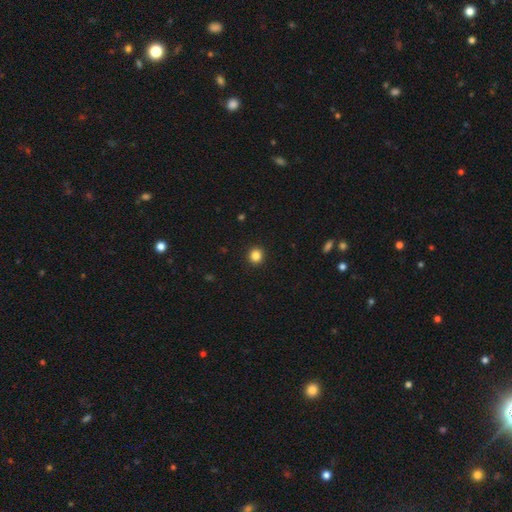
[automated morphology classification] smooth-or-featured: smooth: 84% | star or artifact: 12% | featured or disk: 4%
  how-rounded: round: 90% | in between: 9% | cigar-shaped: 1%
  merging: none: 93% | minor disturbance: 5% | major disturbance: 2% | merger: 1%